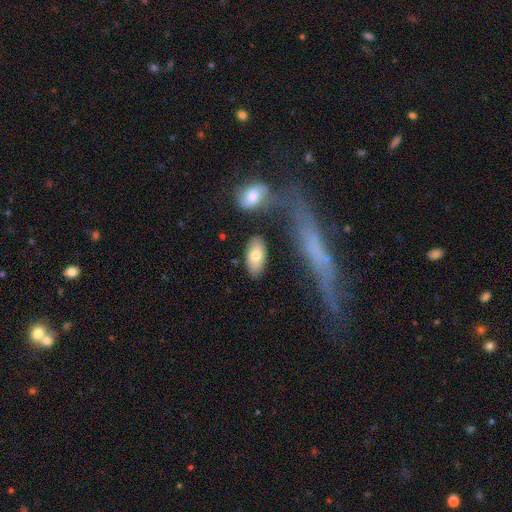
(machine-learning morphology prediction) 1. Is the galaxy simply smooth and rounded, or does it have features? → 74% smooth, 20% featured or disk, 6% star or artifact.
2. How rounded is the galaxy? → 92% in between, 6% cigar-shaped, 3% round.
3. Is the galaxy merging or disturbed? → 79% none, 12% minor disturbance, 5% merger, 4% major disturbance.